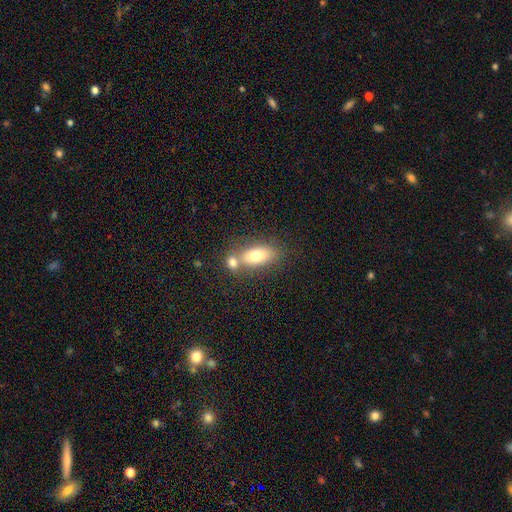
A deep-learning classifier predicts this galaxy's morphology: Smooth or featured: smooth — 73% (featured or disk — 19%)
How rounded: in between — 82% (cigar-shaped — 11%)
Merging: none — 45% (merger — 39%)